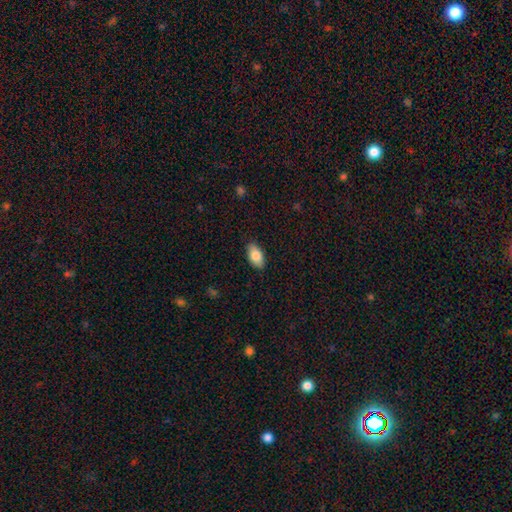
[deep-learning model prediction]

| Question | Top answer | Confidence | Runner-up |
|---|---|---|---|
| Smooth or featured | smooth | 82% | featured or disk (11%) |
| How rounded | in between | 93% | round (4%) |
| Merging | none | 87% | minor disturbance (10%) |